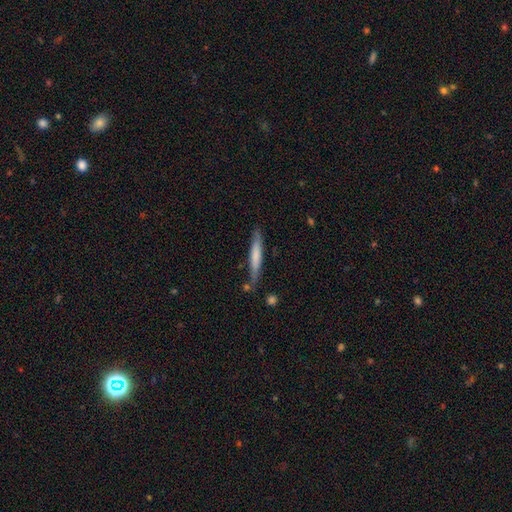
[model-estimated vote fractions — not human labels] smooth_or_featured: smooth (p=0.65) [alt: featured or disk p=0.30]
how_rounded: cigar-shaped (p=0.94) [alt: in between p=0.05]
merging: none (p=0.76) [alt: minor disturbance p=0.16]